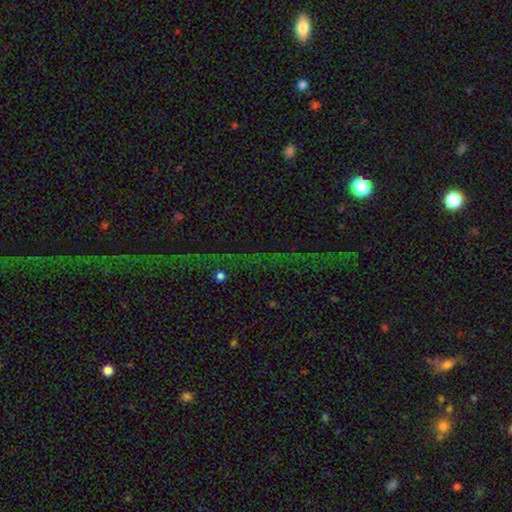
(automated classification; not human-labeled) A star or artifact, not a galaxy (76%).